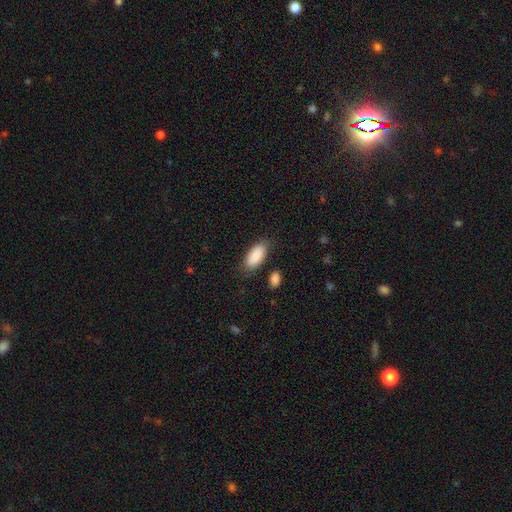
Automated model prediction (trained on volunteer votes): Smooth or featured?
  - smooth: 89% *
  - star or artifact: 6%
  - featured or disk: 5%
How rounded?
  - in between: 89% *
  - cigar-shaped: 9%
  - round: 2%
Merging?
  - none: 77% *
  - minor disturbance: 15%
  - major disturbance: 4%
  - merger: 3%